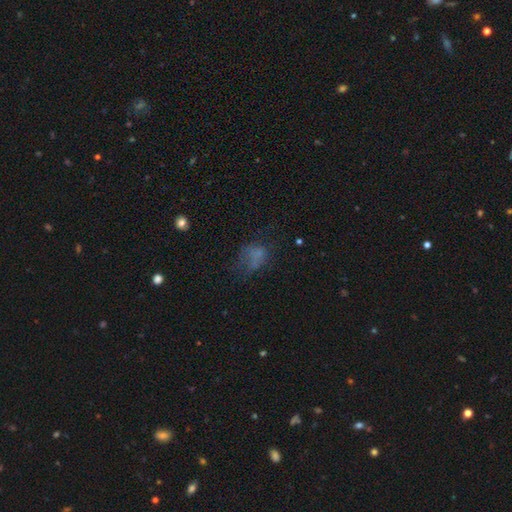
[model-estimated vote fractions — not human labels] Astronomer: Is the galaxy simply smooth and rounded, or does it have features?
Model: smooth — 53%.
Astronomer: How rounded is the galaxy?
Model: in between — 67%.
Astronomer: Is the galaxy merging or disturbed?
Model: none — 37% (runner-up: major disturbance, 35%).